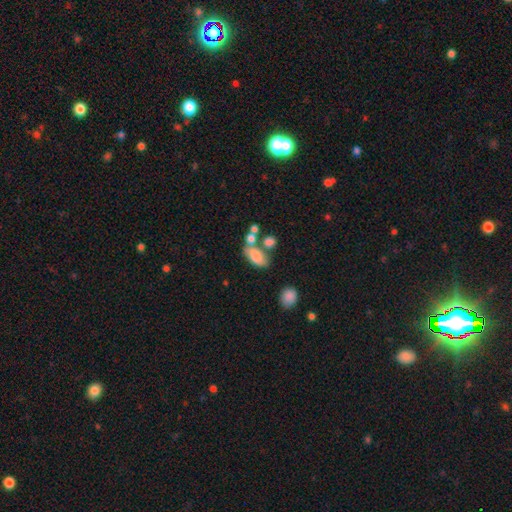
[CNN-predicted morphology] Smooth or featured? Predicted: smooth (p=0.74). How rounded? Predicted: in between (p=0.89). Merging? Predicted: none (p=0.37).